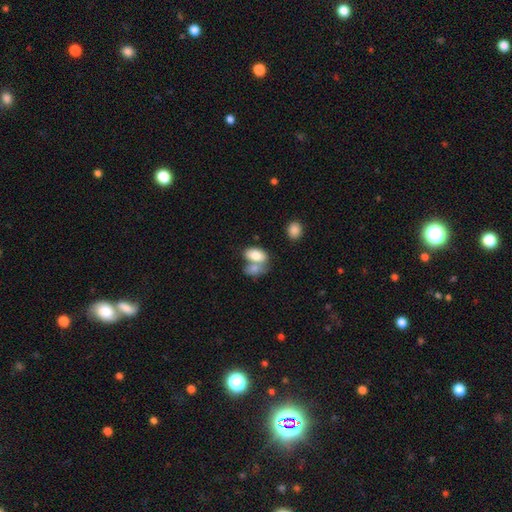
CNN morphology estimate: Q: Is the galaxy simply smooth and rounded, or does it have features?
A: smooth — 80%.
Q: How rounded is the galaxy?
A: in between — 90%.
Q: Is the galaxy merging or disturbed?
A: merger — 54%.